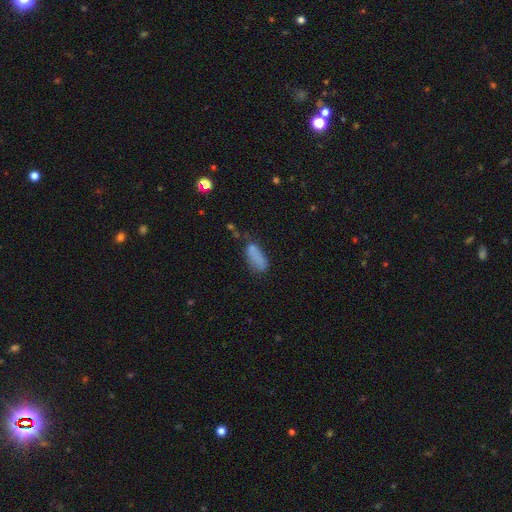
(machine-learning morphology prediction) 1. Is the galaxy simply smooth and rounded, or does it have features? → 76% smooth, 13% featured or disk, 11% star or artifact.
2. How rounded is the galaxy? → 76% in between, 21% cigar-shaped, 3% round.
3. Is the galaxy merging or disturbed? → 46% none, 28% minor disturbance, 15% major disturbance, 11% merger.